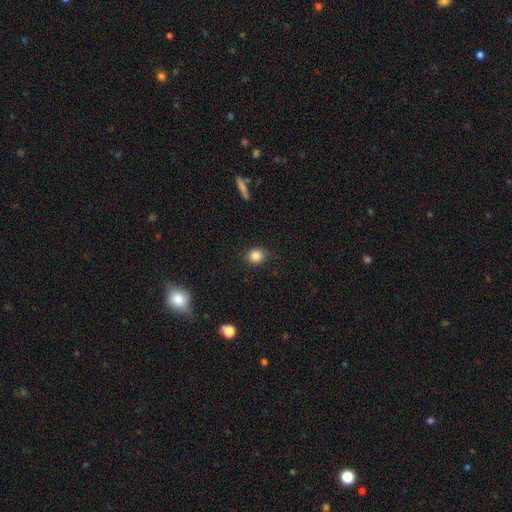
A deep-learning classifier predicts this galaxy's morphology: Overall: smooth (85%). How rounded: round (78%). Merging: none (85%).